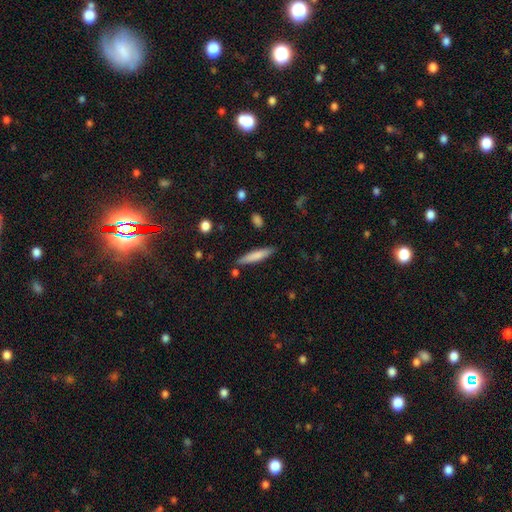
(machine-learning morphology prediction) Smooth or featured? smooth (73%)
How rounded? cigar-shaped (87%)
Merging? none (84%)